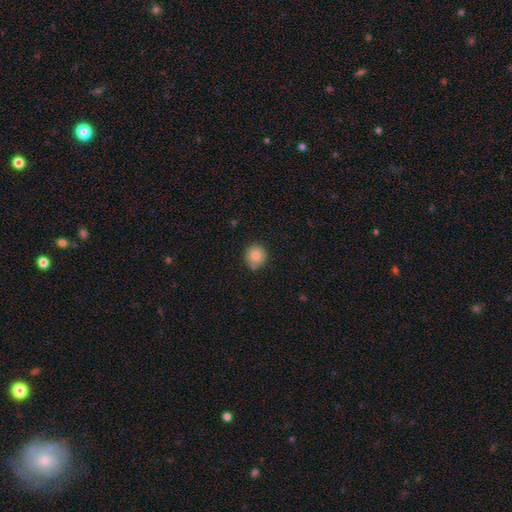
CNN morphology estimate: Overall: smooth (84%). How rounded: round (93%). Merging: none (80%).